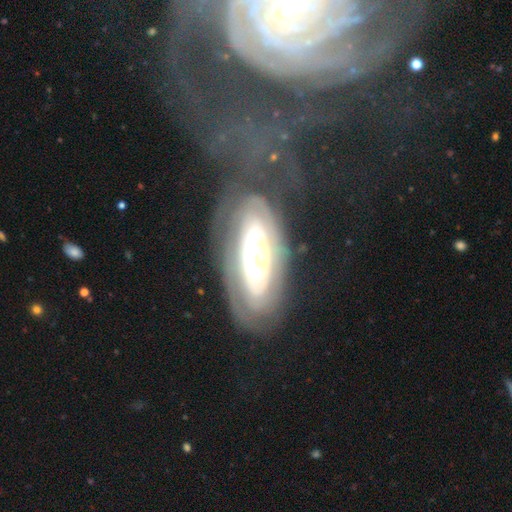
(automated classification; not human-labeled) Smooth or featured? featured or disk (74%)
Edge-on disk? no (85%)
Bar? no (62%)
Spiral arms? yes (68%)
Bulge size? large (42%)
Merging? none (63%)